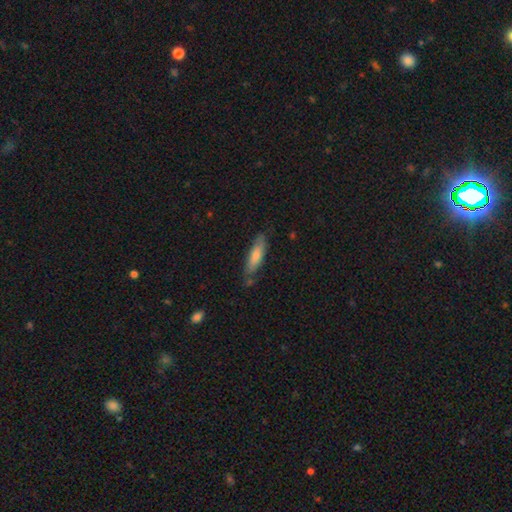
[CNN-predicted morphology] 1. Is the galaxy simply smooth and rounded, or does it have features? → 73% smooth, 21% featured or disk, 6% star or artifact.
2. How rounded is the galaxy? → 62% cigar-shaped, 36% in between, 2% round.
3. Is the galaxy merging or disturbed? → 72% none, 20% minor disturbance, 4% major disturbance, 3% merger.